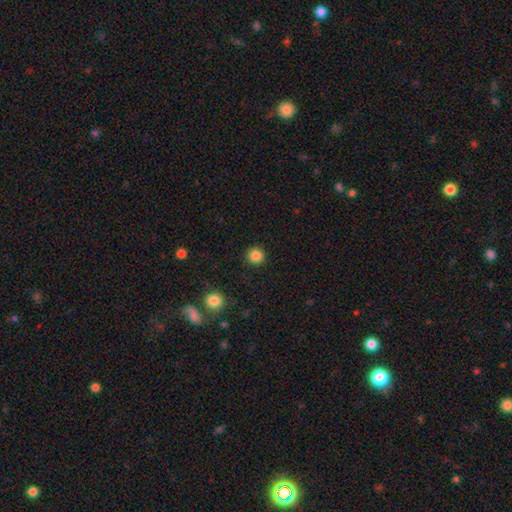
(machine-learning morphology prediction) A smooth galaxy with no disk features (86%) that is round (94%).

Vote fractions:
- Smooth or featured? smooth: 86% / star or artifact: 11% / featured or disk: 4%
- How rounded? round: 94% / in between: 5% / cigar-shaped: 1%
- Merging? none: 91% / minor disturbance: 6% / major disturbance: 2% / merger: 1%